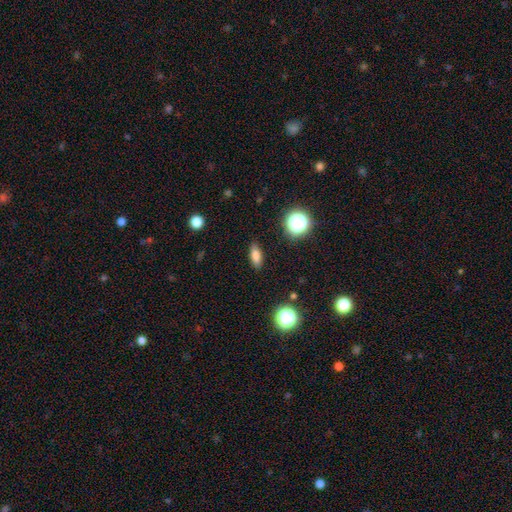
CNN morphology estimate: A smooth galaxy with no disk features (79%) that is in between round and cigar-shaped (70%). Merging: none (87%).